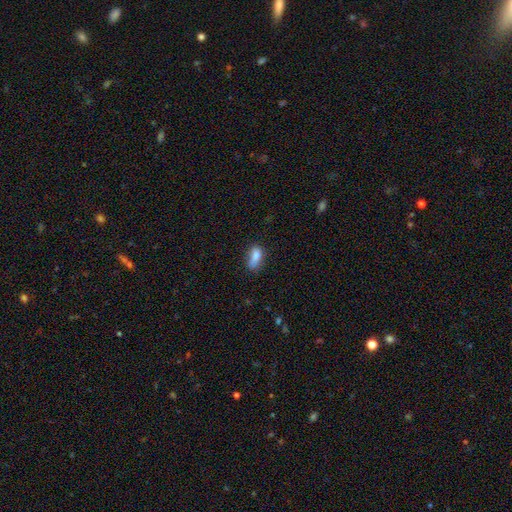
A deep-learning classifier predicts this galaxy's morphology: The model was most divided on "merging": none: 44%, minor disturbance: 30%, merger: 13%, major disturbance: 13%. More confident: how rounded — in between (81%); smooth or featured — smooth (79%).